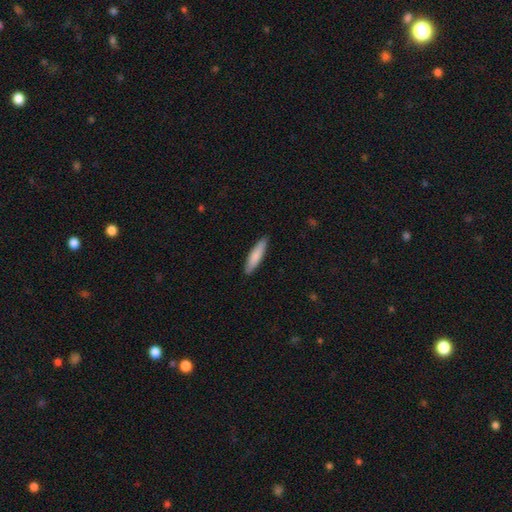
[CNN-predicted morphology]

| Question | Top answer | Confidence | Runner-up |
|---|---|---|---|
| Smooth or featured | smooth | 82% | featured or disk (13%) |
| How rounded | cigar-shaped | 79% | in between (20%) |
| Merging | none | 89% | minor disturbance (8%) |